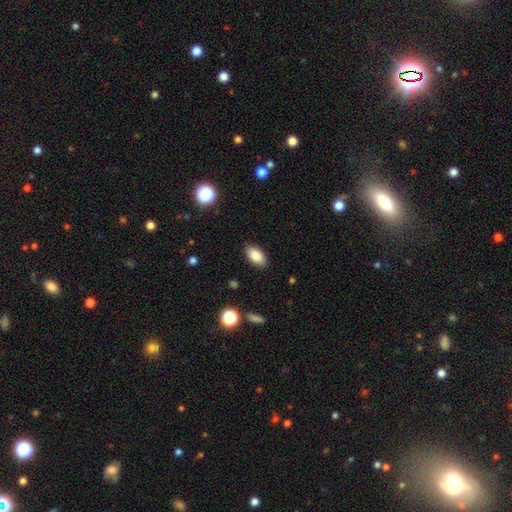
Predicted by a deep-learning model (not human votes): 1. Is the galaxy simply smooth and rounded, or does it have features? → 86% smooth, 8% star or artifact, 6% featured or disk.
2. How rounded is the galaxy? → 93% in between, 4% round, 3% cigar-shaped.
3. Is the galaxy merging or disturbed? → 88% none, 9% minor disturbance, 2% major disturbance, 1% merger.